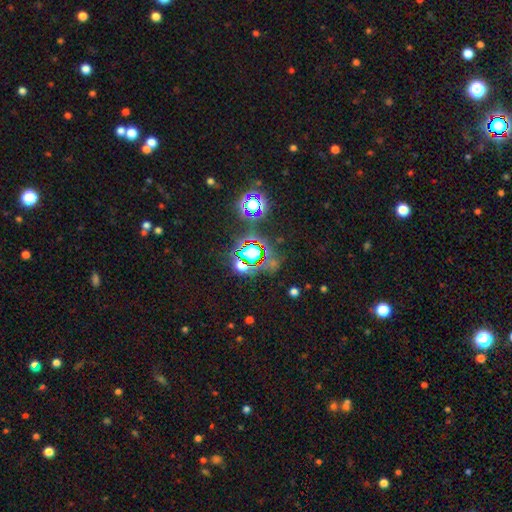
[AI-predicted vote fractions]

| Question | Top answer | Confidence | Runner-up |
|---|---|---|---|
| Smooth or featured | star or artifact | 70% | smooth (21%) |